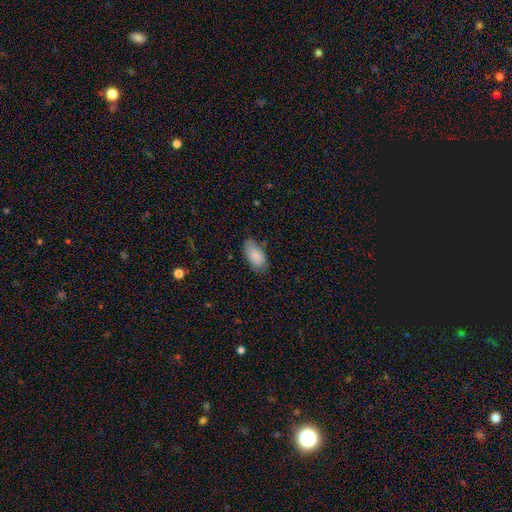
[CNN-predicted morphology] This is clearly a smooth galaxy (84%). How rounded: clearly in between (94%). Merging: likely none (73%).